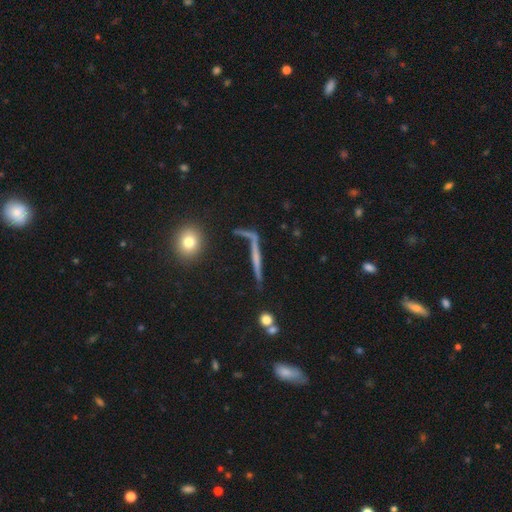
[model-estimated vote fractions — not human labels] Smooth or featured? Predicted: featured or disk (p=0.59). Edge-on disk? Predicted: yes (p=0.90). Edge-on bulge? Predicted: none (p=0.69). Merging? Predicted: none (p=0.72).